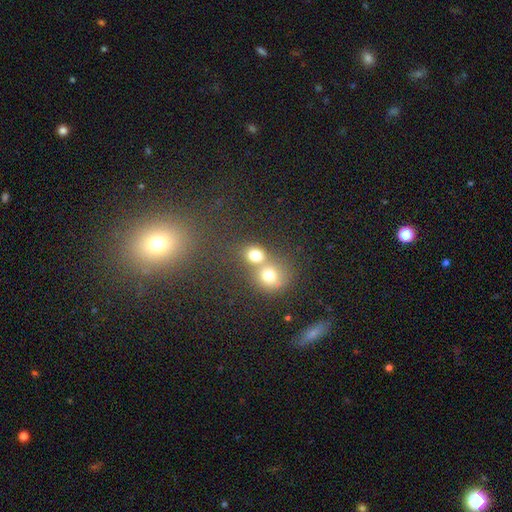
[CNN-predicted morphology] smooth_or_featured: smooth (p=0.75) [alt: star or artifact p=0.15]
how_rounded: round (p=0.72) [alt: in between p=0.27]
merging: merger (p=0.52) [alt: none p=0.37]